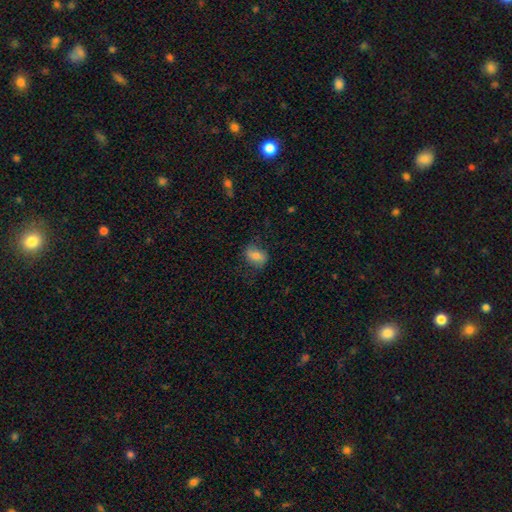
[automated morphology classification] Smooth or featured? smooth (73%)
How rounded? in between (75%)
Merging? none (71%)